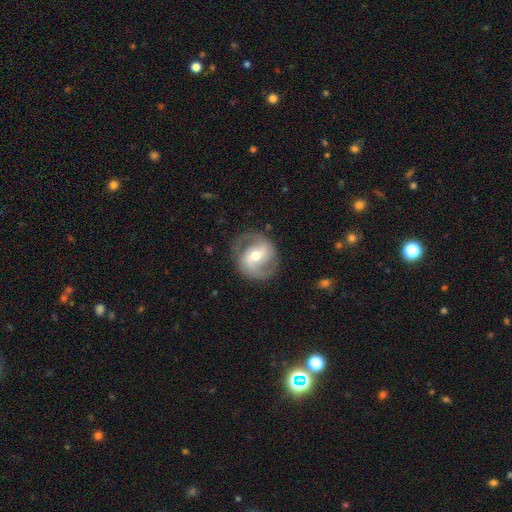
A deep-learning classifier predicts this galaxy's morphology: Overall: featured or disk (81%). Edge-on disk: no (97%). Bar: weak (44%; strong 33%). Spiral arms: yes (91%). Spiral arm count: 2 (90%). Spiral winding: medium (53%; tight 27%). Bulge size: moderate (68%). Merging: none (81%).